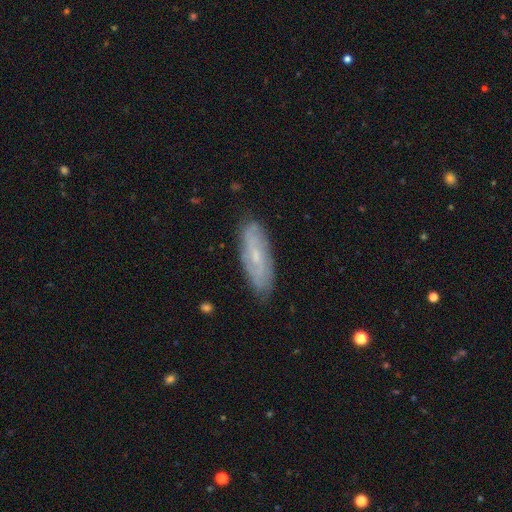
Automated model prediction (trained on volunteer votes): smooth-or-featured: featured or disk: 62% | smooth: 30% | star or artifact: 9%
  disk-edge-on: no: 79% | yes: 21%
  merging: none: 83% | minor disturbance: 13% | major disturbance: 3% | merger: 1%